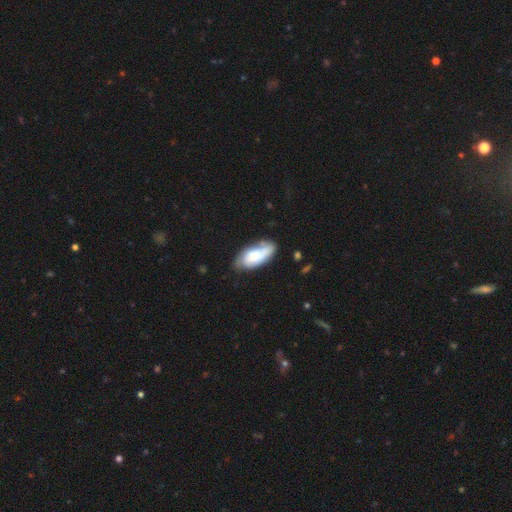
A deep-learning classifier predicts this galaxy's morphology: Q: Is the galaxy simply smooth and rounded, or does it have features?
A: smooth — 63%.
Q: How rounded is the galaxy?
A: in between — 87%.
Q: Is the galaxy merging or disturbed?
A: none — 56%.